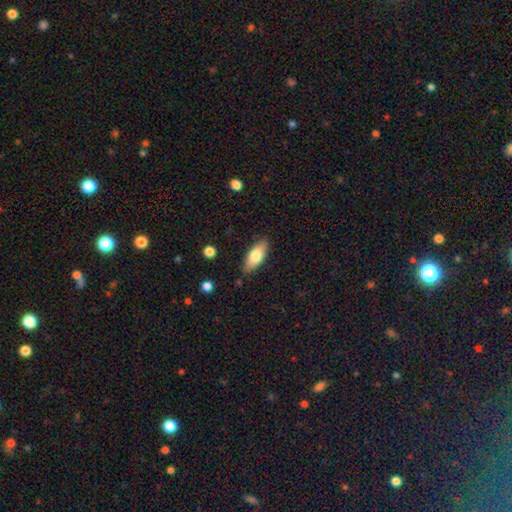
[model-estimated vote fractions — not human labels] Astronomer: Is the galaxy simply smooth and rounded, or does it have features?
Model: smooth — 75%.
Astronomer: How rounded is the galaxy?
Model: in between — 81%.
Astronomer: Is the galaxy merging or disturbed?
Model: none — 84%.